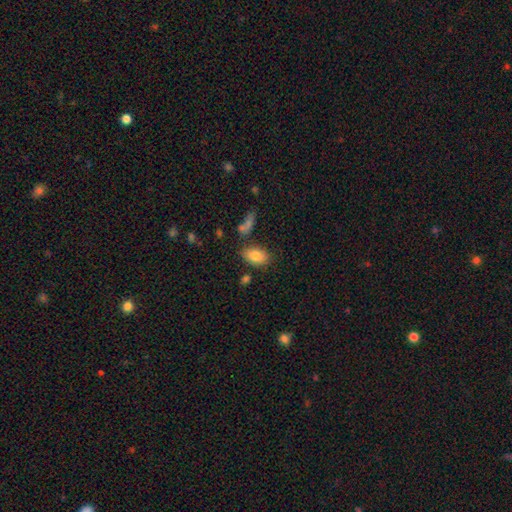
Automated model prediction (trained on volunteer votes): smooth_or_featured: smooth (p=0.83) [alt: featured or disk p=0.09]
how_rounded: in between (p=0.90) [alt: round p=0.08]
merging: none (p=0.75) [alt: minor disturbance p=0.14]